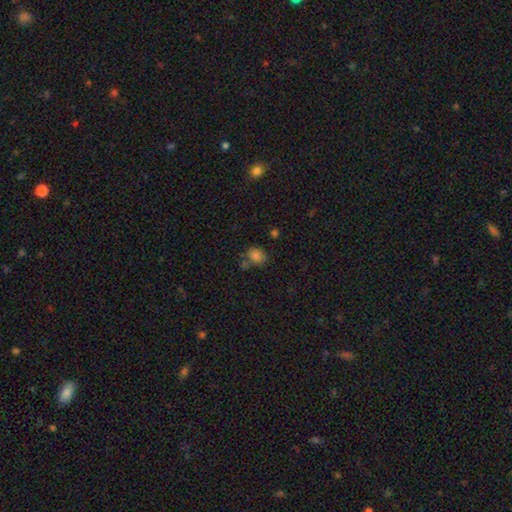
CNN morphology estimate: smooth_or_featured: smooth (p=0.81) [alt: star or artifact p=0.13]
how_rounded: in between (p=0.51) [alt: round p=0.48]
merging: none (p=0.59) [alt: merger p=0.18]